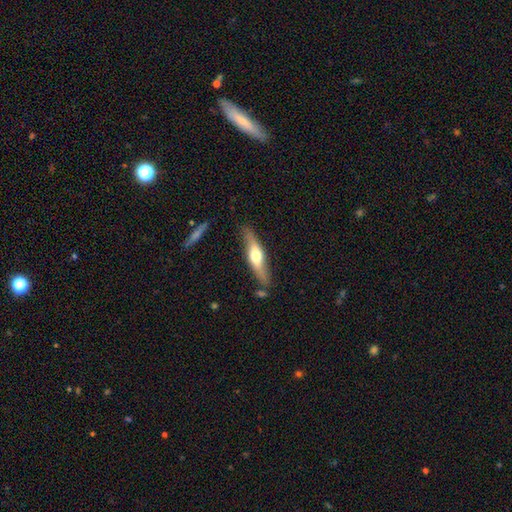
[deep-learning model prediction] Overall: featured or disk (55%; smooth 40%). Edge-on disk: yes (84%). Merging: none (79%).